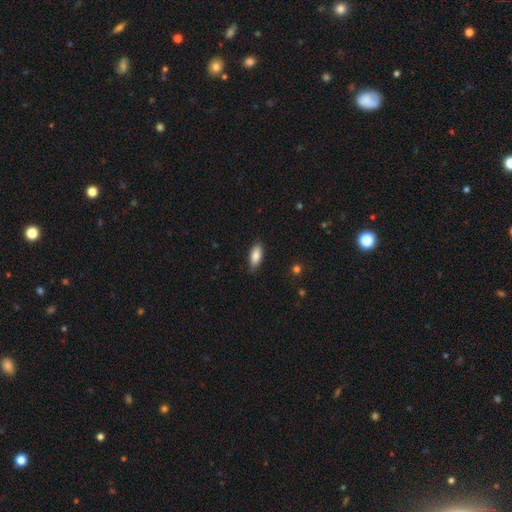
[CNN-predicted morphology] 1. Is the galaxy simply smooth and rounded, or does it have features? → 85% smooth, 8% featured or disk, 6% star or artifact.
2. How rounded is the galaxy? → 81% in between, 17% cigar-shaped, 2% round.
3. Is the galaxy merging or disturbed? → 82% none, 14% minor disturbance, 2% major disturbance, 1% merger.